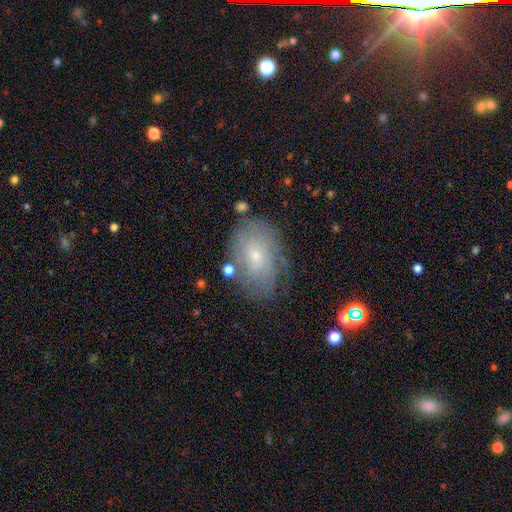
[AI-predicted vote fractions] A featured or disk galaxy (57%) with no bar (73%), spiral arms (78%) and a small central bulge (67%).

Vote fractions:
- Smooth or featured? featured or disk: 57% / smooth: 33% / star or artifact: 10%
- Edge-on disk? no: 95% / yes: 5%
- Bar? no: 73% / weak: 23% / strong: 3%
- Spiral arms? yes: 78% / no: 22%
- Bulge size? small: 67% / moderate: 27% / none: 3% / large: 2% / dominant: 1%
- Merging? none: 70% / minor disturbance: 20% / major disturbance: 7% / merger: 3%